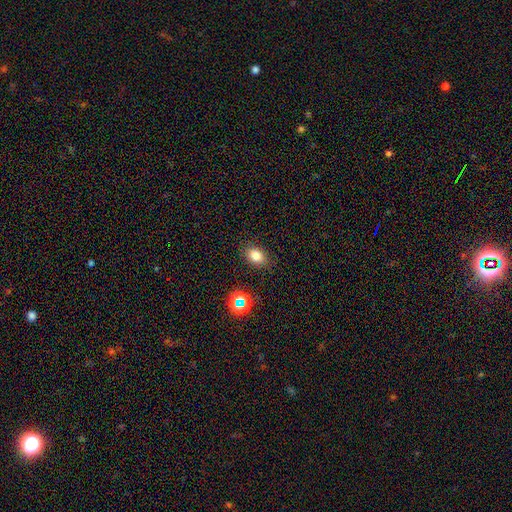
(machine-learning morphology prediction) The model was most divided on "how rounded": in between: 77%, round: 22%, cigar-shaped: 1%. More confident: merging — none (84%); smooth or featured — smooth (78%).